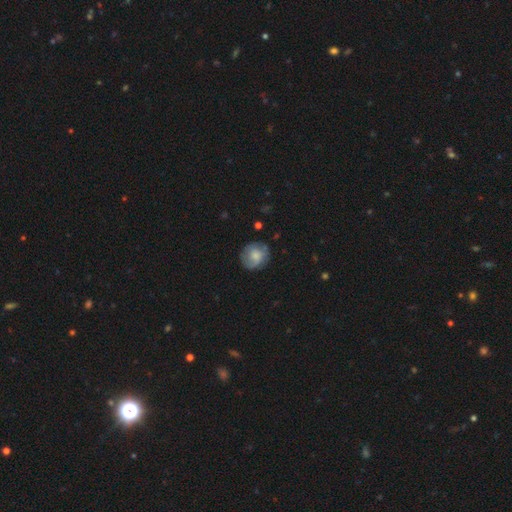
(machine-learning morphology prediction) smooth-or-featured: smooth: 64% | featured or disk: 29% | star or artifact: 7%
  how-rounded: round: 85% | in between: 14% | cigar-shaped: 1%
  merging: none: 73% | minor disturbance: 19% | major disturbance: 6% | merger: 2%